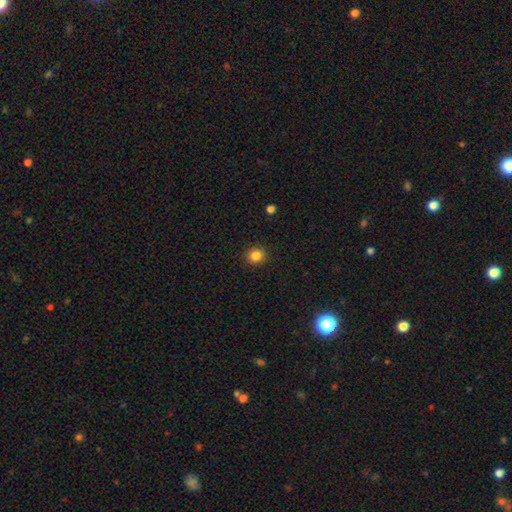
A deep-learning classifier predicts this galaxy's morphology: smooth 85%, star or artifact 11%, featured or disk 4%. Down the decision tree: how rounded — round (84%); merging — none (91%).